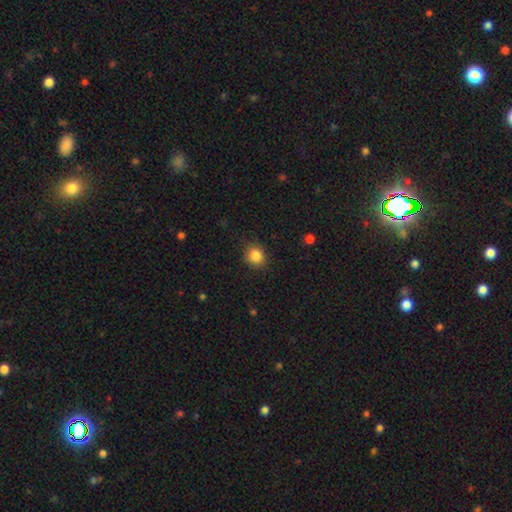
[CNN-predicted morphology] Smooth or featured: smooth — 85% (star or artifact — 10%)
How rounded: round — 76% (in between — 23%)
Merging: none — 85% (minor disturbance — 11%)